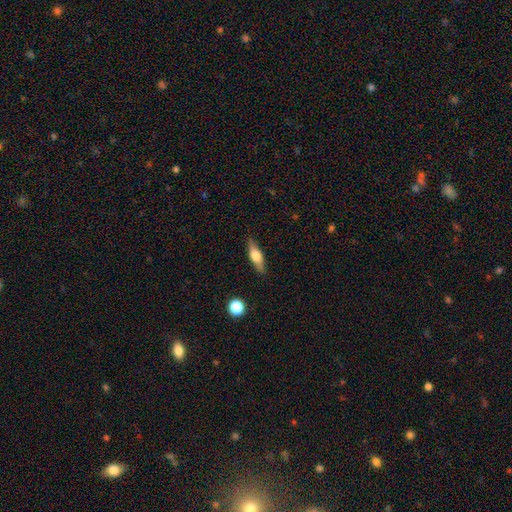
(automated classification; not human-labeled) Smooth or featured?
  - smooth: 52% *
  - featured or disk: 41%
  - star or artifact: 7%
How rounded?
  - cigar-shaped: 49% *
  - in between: 47%
  - round: 4%
Merging?
  - none: 85% *
  - minor disturbance: 11%
  - major disturbance: 3%
  - merger: 1%